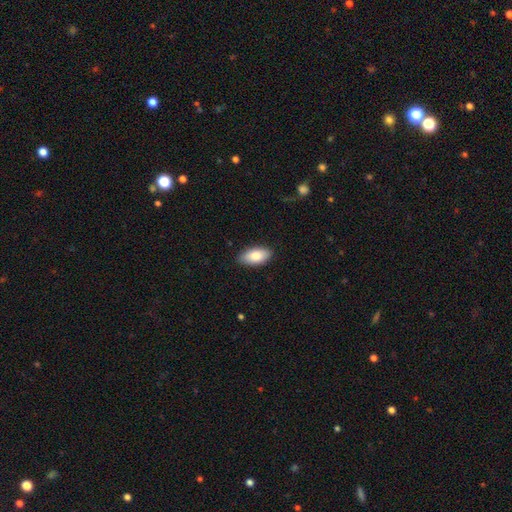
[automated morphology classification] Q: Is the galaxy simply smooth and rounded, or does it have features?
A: smooth — 82%.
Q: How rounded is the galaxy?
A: in between — 93%.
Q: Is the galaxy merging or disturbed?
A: none — 87%.